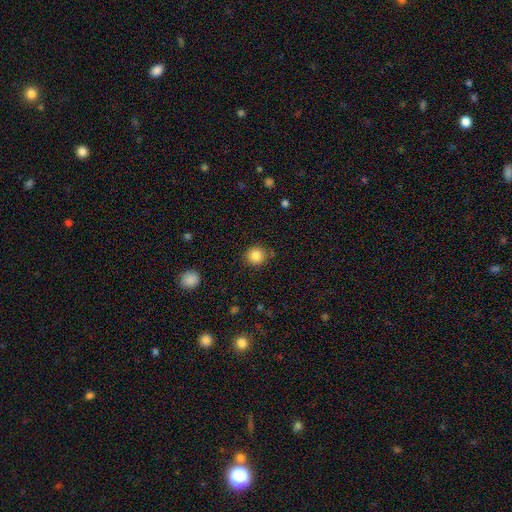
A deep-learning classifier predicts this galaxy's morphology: Smooth or featured: smooth — 84% (star or artifact — 10%)
How rounded: round — 88% (in between — 11%)
Merging: none — 85% (minor disturbance — 10%)